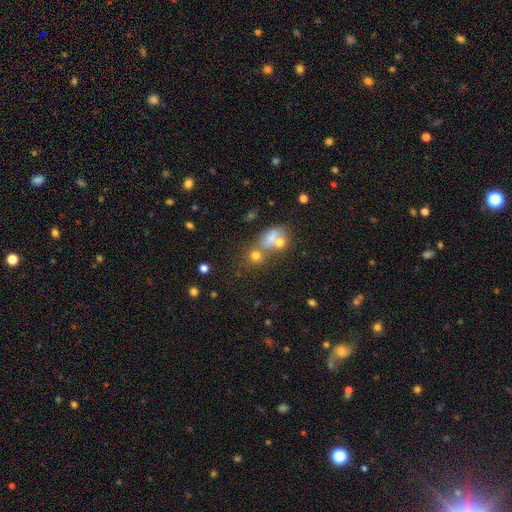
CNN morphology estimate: Q: Smooth or featured?
A: smooth (69%); runner-up: star or artifact (18%)
Q: How rounded?
A: round (75%); runner-up: in between (23%)
Q: Merging?
A: none (49%); runner-up: merger (36%)